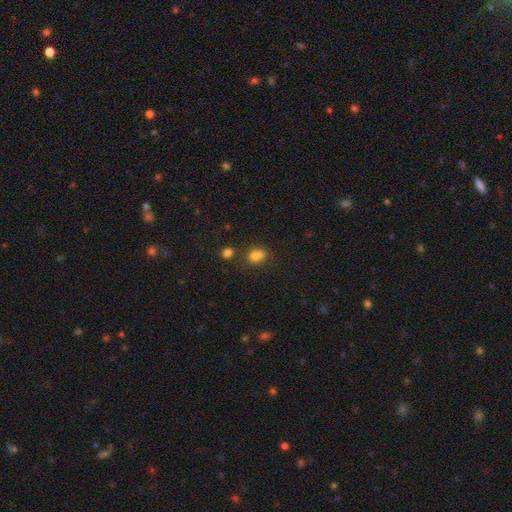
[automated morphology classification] A smooth galaxy with no disk features (77%) that is in between round and cigar-shaped (58%).

Vote fractions:
- Smooth or featured? smooth: 77% / star or artifact: 15% / featured or disk: 8%
- How rounded? in between: 58% / round: 40% / cigar-shaped: 2%
- Merging? none: 52% / merger: 23% / minor disturbance: 18% / major disturbance: 7%